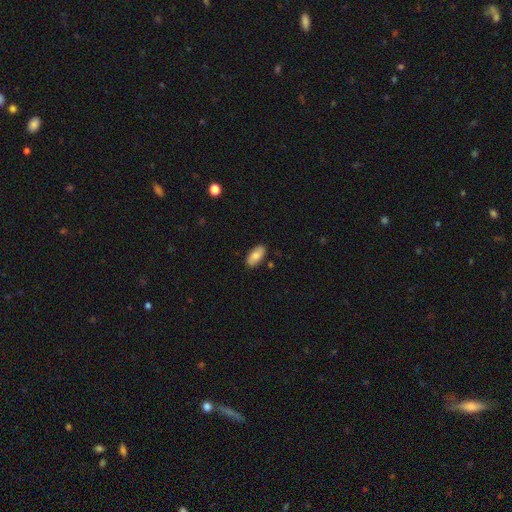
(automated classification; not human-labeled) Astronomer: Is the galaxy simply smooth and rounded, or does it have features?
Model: smooth — 78%.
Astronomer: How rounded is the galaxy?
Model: in between — 92%.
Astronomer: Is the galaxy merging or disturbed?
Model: none — 87%.